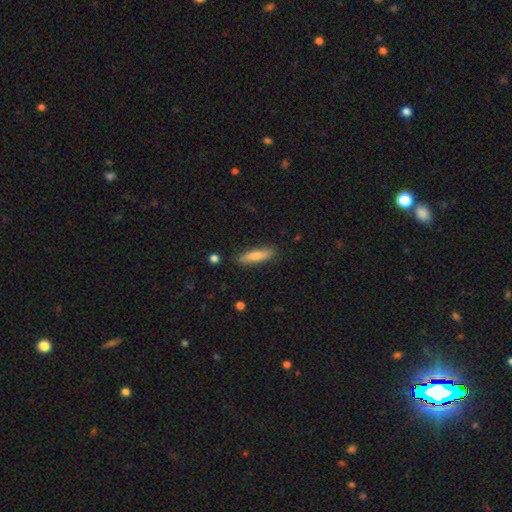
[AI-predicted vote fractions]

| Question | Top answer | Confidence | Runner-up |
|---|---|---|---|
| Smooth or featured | smooth | 69% | featured or disk (25%) |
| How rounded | cigar-shaped | 79% | in between (19%) |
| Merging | none | 87% | minor disturbance (10%) |